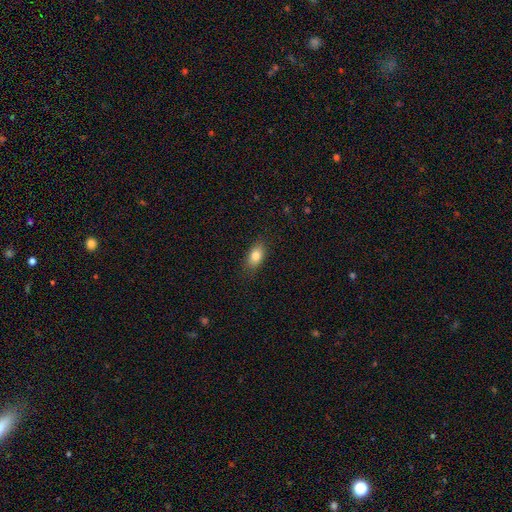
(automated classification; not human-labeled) Smooth or featured? Predicted: smooth (p=0.82). How rounded? Predicted: in between (p=0.87). Merging? Predicted: none (p=0.84).